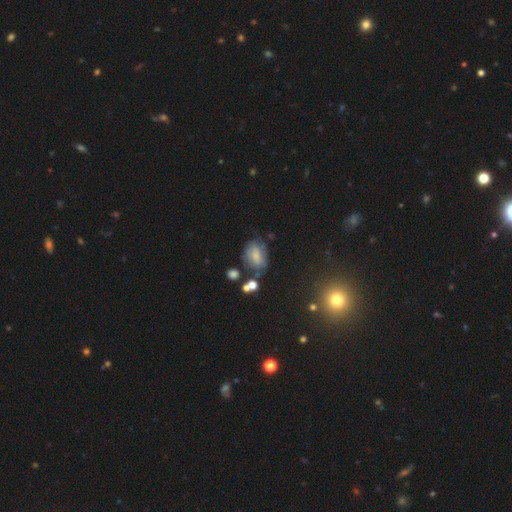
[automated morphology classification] A smooth galaxy with no disk features (57%) that is in between round and cigar-shaped (77%).

Vote fractions:
- Smooth or featured? smooth: 57% / featured or disk: 29% / star or artifact: 14%
- How rounded? in between: 77% / round: 21% / cigar-shaped: 2%
- Merging? none: 54% / minor disturbance: 26% / major disturbance: 12% / merger: 8%